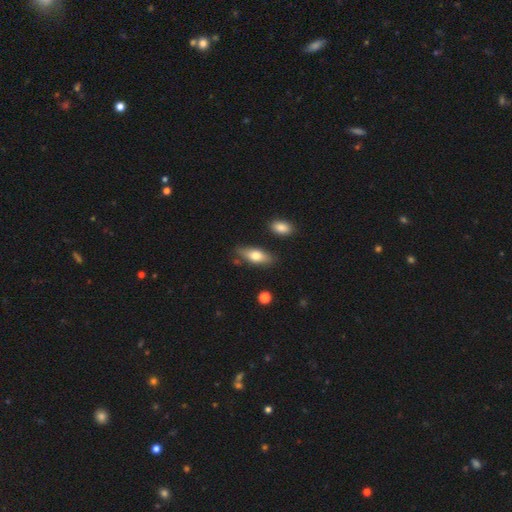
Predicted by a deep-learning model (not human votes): Smooth or featured? Predicted: smooth (p=0.69). How rounded? Predicted: in between (p=0.71). Merging? Predicted: none (p=0.79).